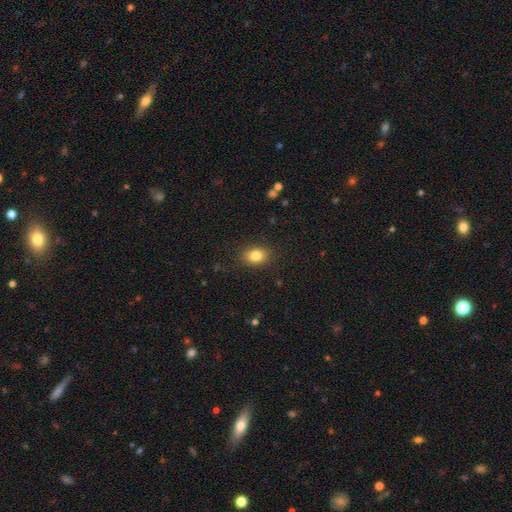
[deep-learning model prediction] Smooth or featured? Predicted: smooth (p=0.83). How rounded? Predicted: in between (p=0.66). Merging? Predicted: none (p=0.86).